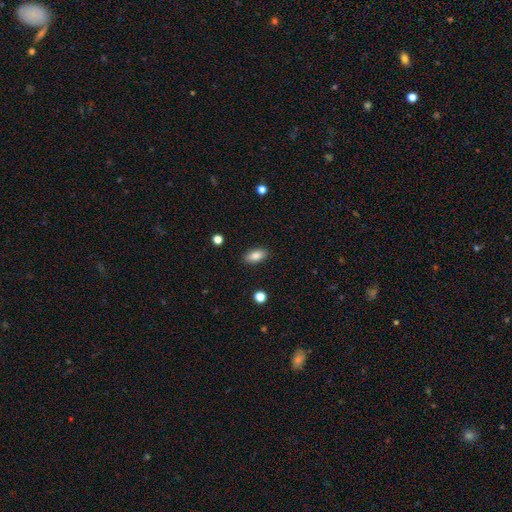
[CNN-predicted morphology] Smooth or featured: smooth — 86% (star or artifact — 8%)
How rounded: in between — 90% (cigar-shaped — 6%)
Merging: none — 89% (minor disturbance — 8%)